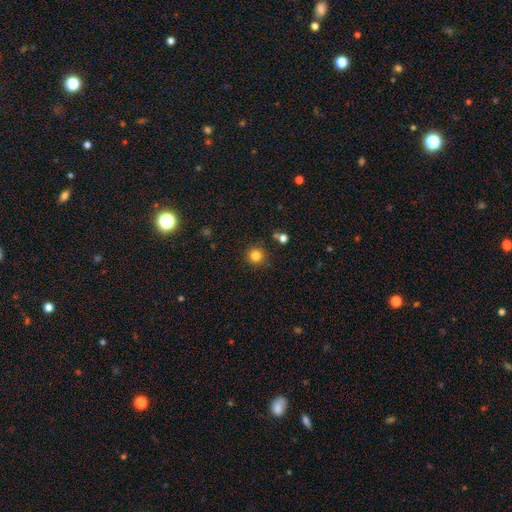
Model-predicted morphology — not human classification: A smooth galaxy with no disk features (83%) that is round (94%).

Vote fractions:
- Smooth or featured? smooth: 83% / star or artifact: 13% / featured or disk: 5%
- How rounded? round: 94% / in between: 5% / cigar-shaped: 1%
- Merging? none: 88% / minor disturbance: 7% / merger: 3% / major disturbance: 2%